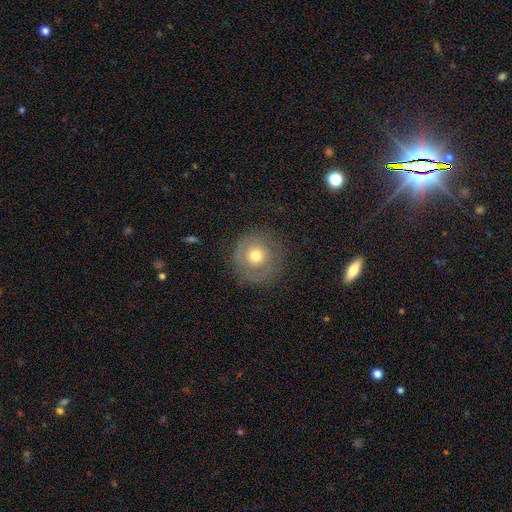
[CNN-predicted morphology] Smooth or featured? Predicted: smooth (p=0.45, tied with featured or disk). Merging? Predicted: none (p=0.76).